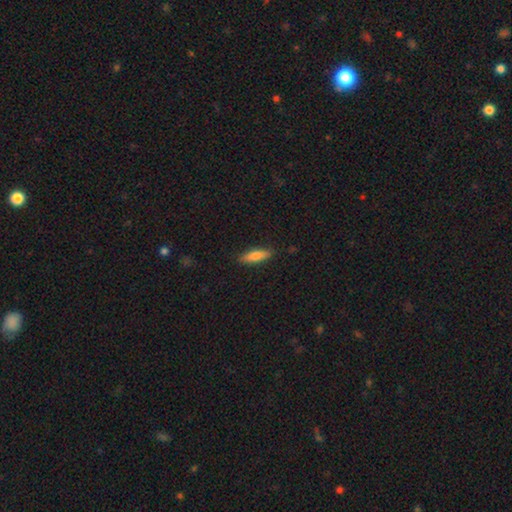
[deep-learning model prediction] Overall: smooth (75%). How rounded: cigar-shaped (59%; in between 39%). Merging: none (87%).